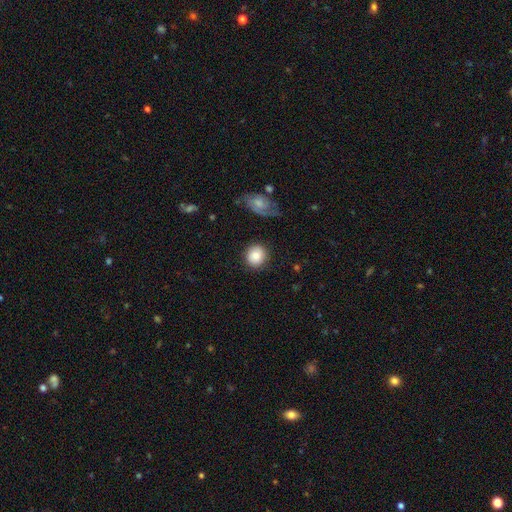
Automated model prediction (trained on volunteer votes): Smooth or featured: smooth — 83% (featured or disk — 10%)
How rounded: round — 84% (in between — 15%)
Merging: none — 80% (minor disturbance — 13%)